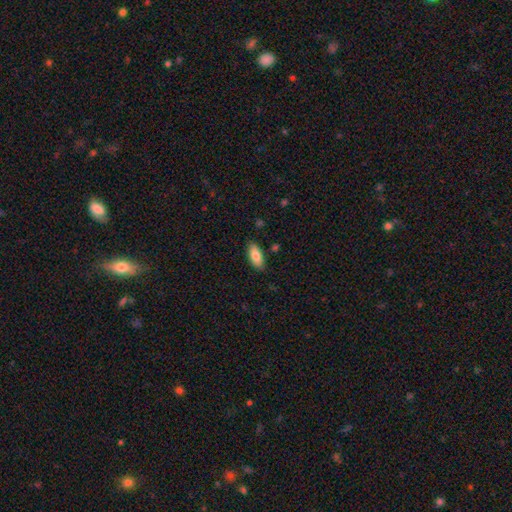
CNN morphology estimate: Q: Smooth or featured?
A: smooth (82%); runner-up: featured or disk (12%)
Q: How rounded?
A: in between (84%); runner-up: cigar-shaped (14%)
Q: Merging?
A: none (84%); runner-up: minor disturbance (12%)